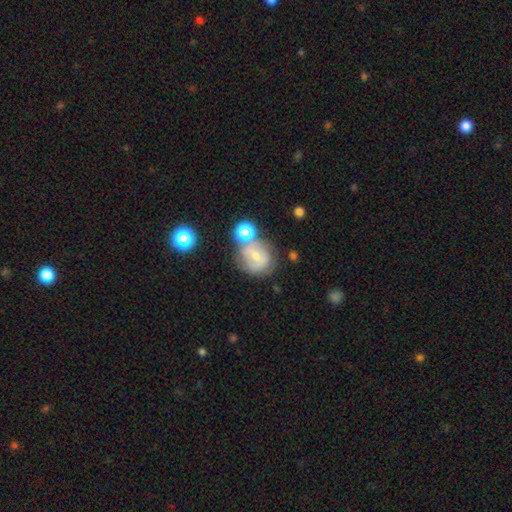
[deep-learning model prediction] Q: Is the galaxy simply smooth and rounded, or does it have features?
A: smooth — 47%.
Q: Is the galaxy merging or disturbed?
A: none — 47%.